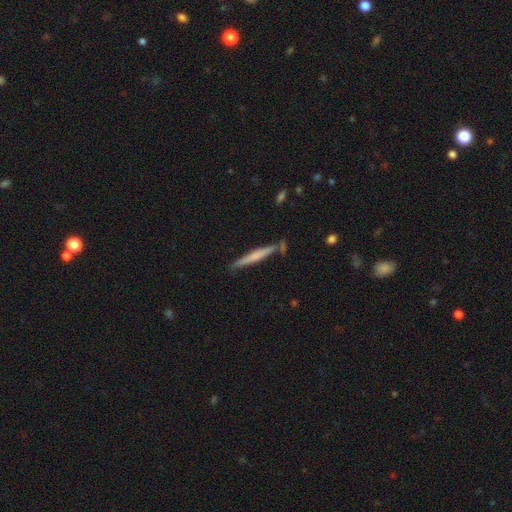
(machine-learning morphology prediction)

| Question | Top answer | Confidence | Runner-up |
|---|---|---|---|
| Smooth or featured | smooth | 53% | featured or disk (41%) |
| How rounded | cigar-shaped | 96% | in between (3%) |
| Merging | none | 80% | minor disturbance (12%) |